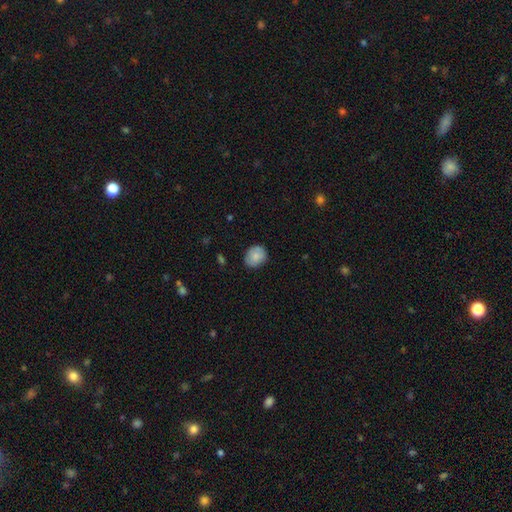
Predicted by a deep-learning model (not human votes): A smooth galaxy with no disk features (83%) that is round (57%). Merging: none (79%).